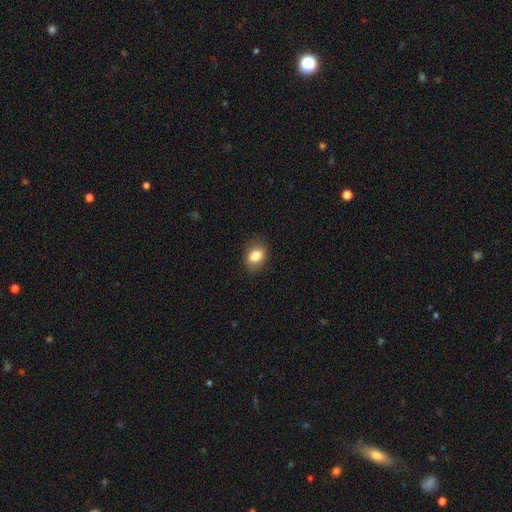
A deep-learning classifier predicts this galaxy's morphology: Smooth or featured?
  - smooth: 83% *
  - star or artifact: 9%
  - featured or disk: 8%
How rounded?
  - in between: 63% *
  - round: 35%
  - cigar-shaped: 1%
Merging?
  - none: 86% *
  - minor disturbance: 11%
  - major disturbance: 3%
  - merger: 1%